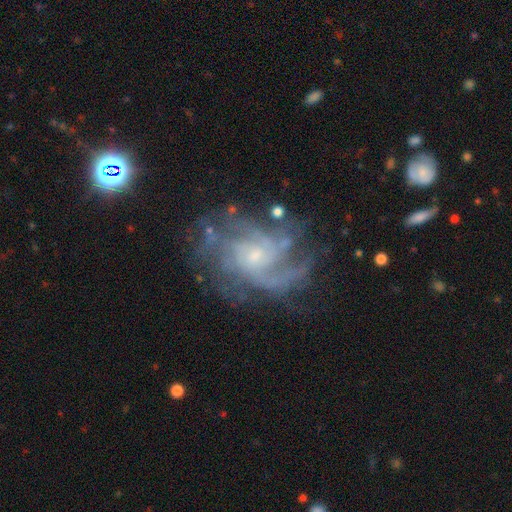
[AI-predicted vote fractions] Overall: featured or disk (86%). Edge-on disk: no (97%). Bar: no (68%). Spiral arms: yes (94%). Spiral arm count: can't tell (30%; 4 20%). Spiral winding: medium (43%; tight 40%). Bulge size: small (65%; moderate 26%). Merging: none (65%).